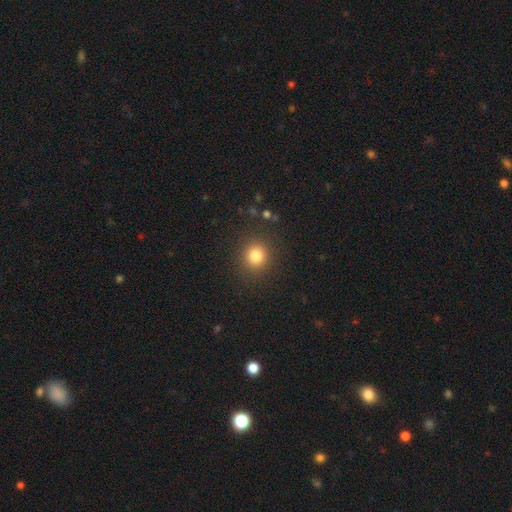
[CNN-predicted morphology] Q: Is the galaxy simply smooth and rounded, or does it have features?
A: smooth — 81%.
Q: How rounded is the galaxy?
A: round — 86%.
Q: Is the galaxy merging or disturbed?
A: none — 89%.